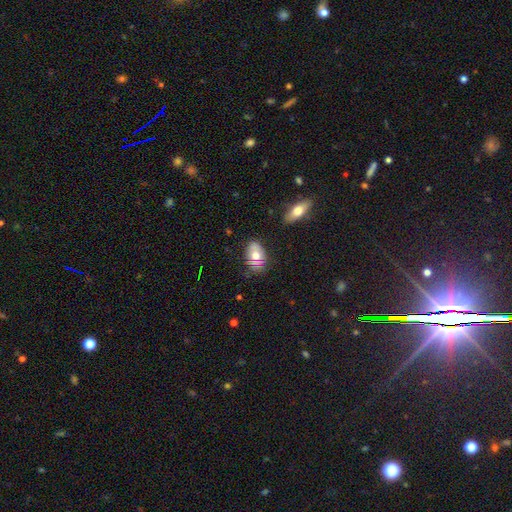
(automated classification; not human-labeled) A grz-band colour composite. It shows a smooth galaxy with no disk features (59%) that is in between round and cigar-shaped (82%). Merging: none (68%).